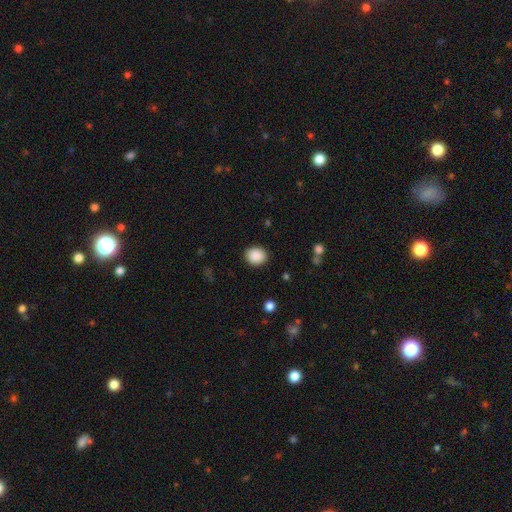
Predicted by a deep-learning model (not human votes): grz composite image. It shows a smooth galaxy with no disk features (89%) that is round (65%). Merging: none (89%).